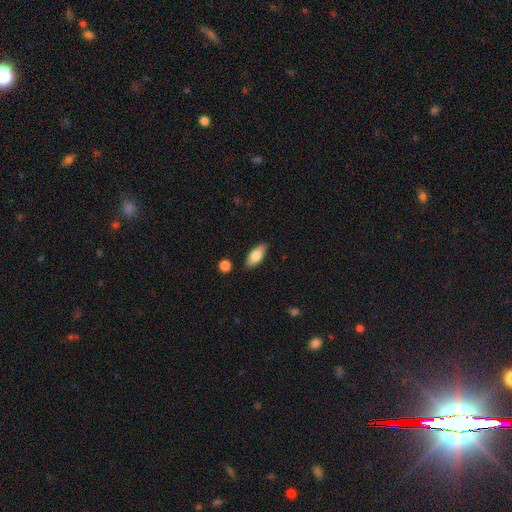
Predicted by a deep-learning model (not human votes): Smooth or featured? smooth (77%)
How rounded? in between (84%)
Merging? none (86%)